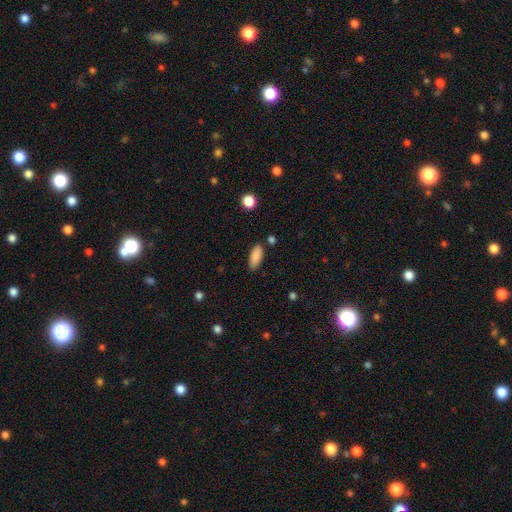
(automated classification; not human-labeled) This appears to be a smooth galaxy with no disk features (88%) that is in between round and cigar-shaped (80%). Merging: none (83%).